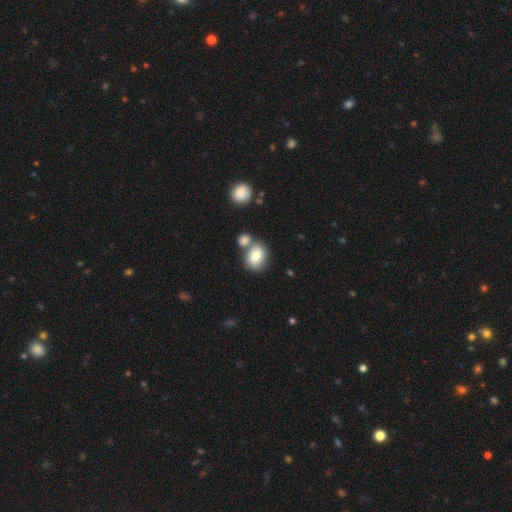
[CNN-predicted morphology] smooth 76%, featured or disk 16%, star or artifact 8%. Down the decision tree: how rounded — in between (53%); merging — none (50%).